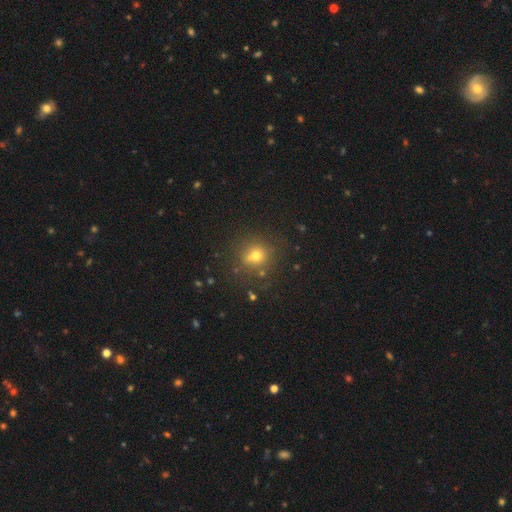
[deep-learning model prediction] Overall: smooth (68%). How rounded: round (81%). Merging: none (72%).